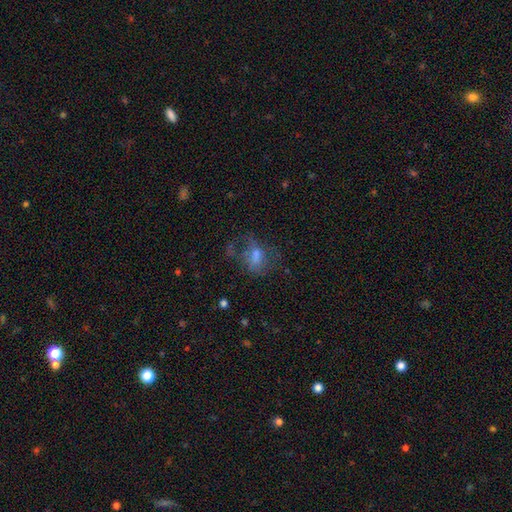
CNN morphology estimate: Smooth or featured?
  - smooth: 44% *
  - featured or disk: 40%
  - star or artifact: 16%
Merging?
  - major disturbance: 39% *
  - none: 36%
  - minor disturbance: 20%
  - merger: 5%